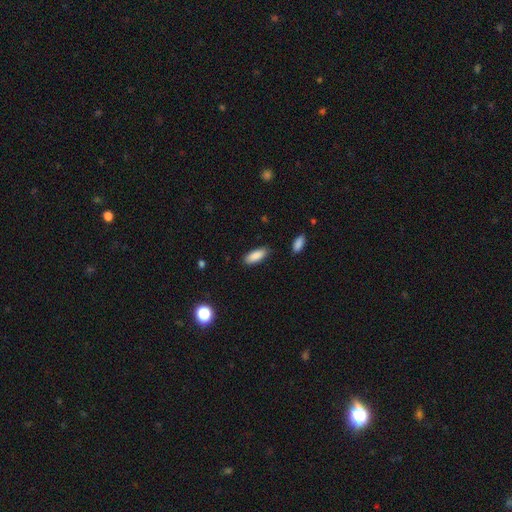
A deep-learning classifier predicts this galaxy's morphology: type=smooth (88%); roundness=in between (76%); merging=none (86%).